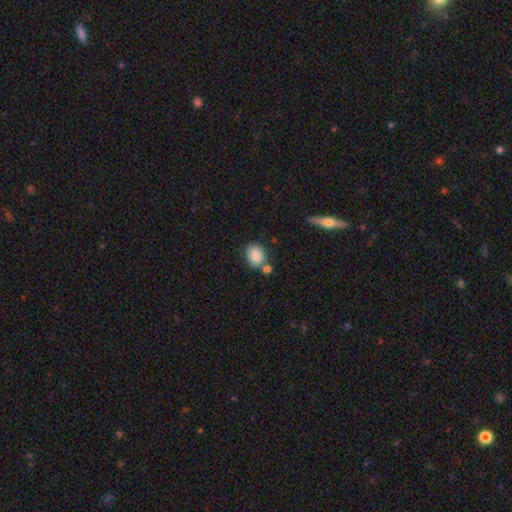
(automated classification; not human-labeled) Morphology: type=smooth (85%); roundness=in between (52%); merging=none (66%).